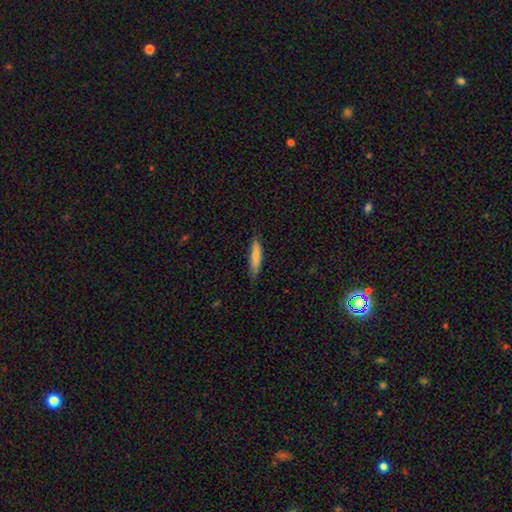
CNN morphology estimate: Smooth or featured? Predicted: smooth (p=0.79). How rounded? Predicted: cigar-shaped (p=0.83). Merging? Predicted: none (p=0.83).